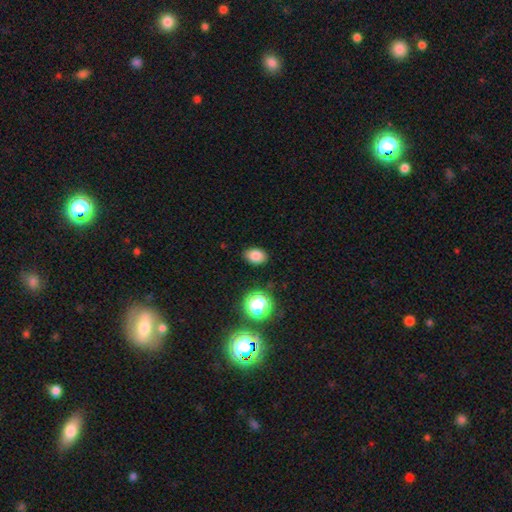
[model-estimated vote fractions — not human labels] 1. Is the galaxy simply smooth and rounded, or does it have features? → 81% smooth, 13% star or artifact, 6% featured or disk.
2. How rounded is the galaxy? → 77% in between, 22% round, 1% cigar-shaped.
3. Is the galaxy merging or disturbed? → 86% none, 10% minor disturbance, 3% major disturbance, 2% merger.